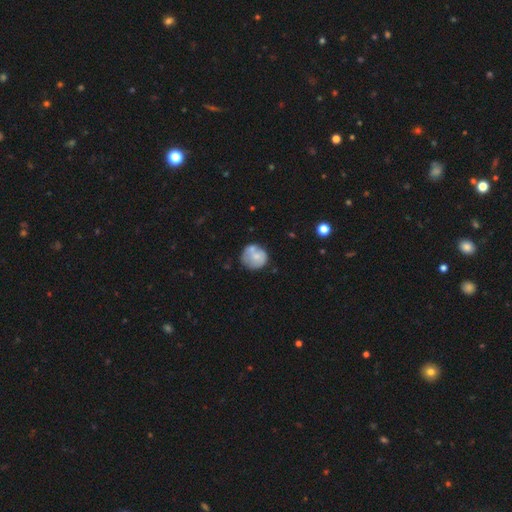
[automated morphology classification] Overall: smooth (59%; featured or disk 34%). How rounded: round (86%). Merging: none (52%; minor disturbance 23%).